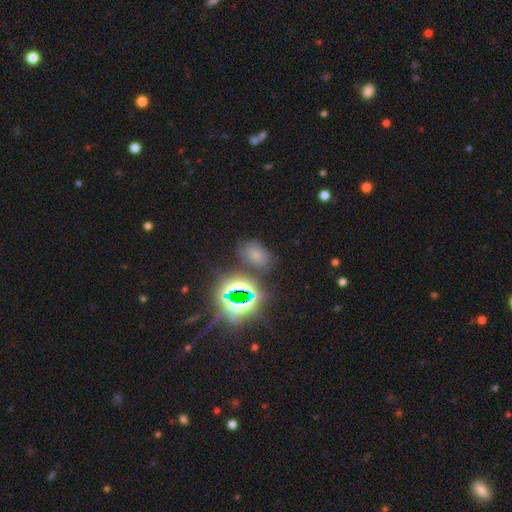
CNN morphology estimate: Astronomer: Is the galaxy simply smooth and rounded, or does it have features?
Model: smooth — 50% (runner-up: star or artifact, 39%).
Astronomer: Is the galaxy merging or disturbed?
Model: none — 71%.